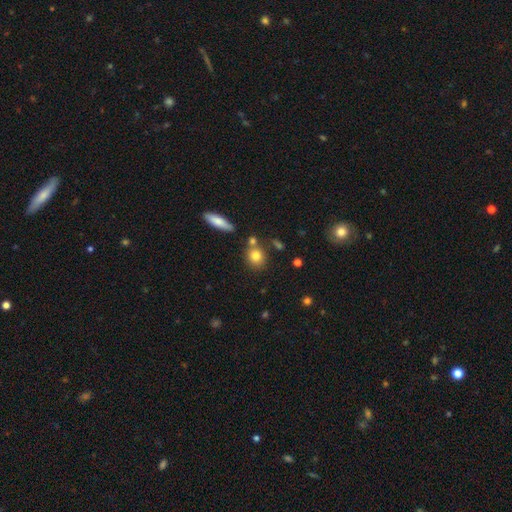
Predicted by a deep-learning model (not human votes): smooth-or-featured: smooth: 80% | featured or disk: 11% | star or artifact: 9%
  how-rounded: round: 70% | in between: 26% | cigar-shaped: 3%
  merging: none: 69% | merger: 16% | minor disturbance: 11% | major disturbance: 3%